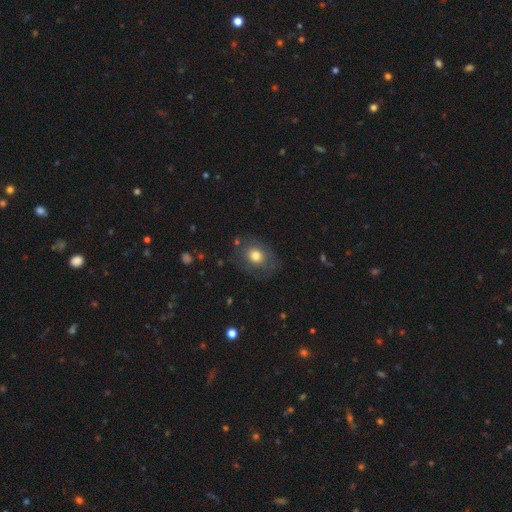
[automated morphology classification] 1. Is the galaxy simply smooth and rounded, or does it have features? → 71% smooth, 19% featured or disk, 10% star or artifact.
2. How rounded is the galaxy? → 55% round, 45% in between, 1% cigar-shaped.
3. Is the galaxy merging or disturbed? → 74% none, 16% minor disturbance, 8% major disturbance, 2% merger.